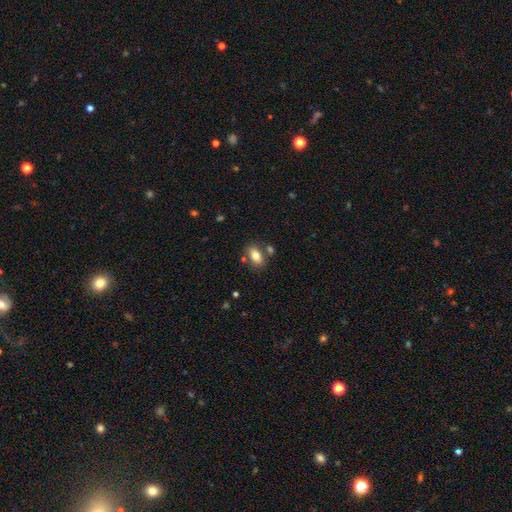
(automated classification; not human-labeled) smooth 79%, featured or disk 13%, star or artifact 8%. Down the decision tree: how rounded — in between (88%); merging — none (72%).